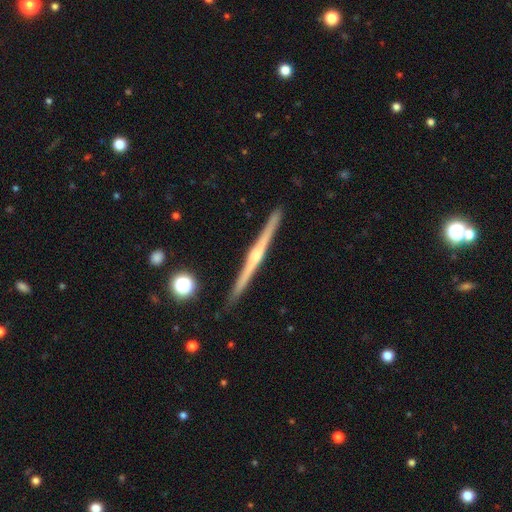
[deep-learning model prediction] Smooth or featured? featured or disk (81%)
Edge-on disk? yes (99%)
Edge-on bulge? rounded (79%)
Merging? none (92%)